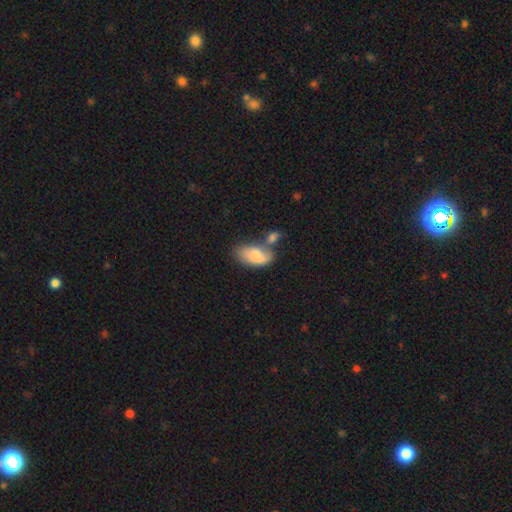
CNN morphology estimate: Q: Smooth or featured?
A: smooth (71%); runner-up: featured or disk (22%)
Q: How rounded?
A: in between (93%); runner-up: round (4%)
Q: Merging?
A: none (36%); runner-up: merger (35%)